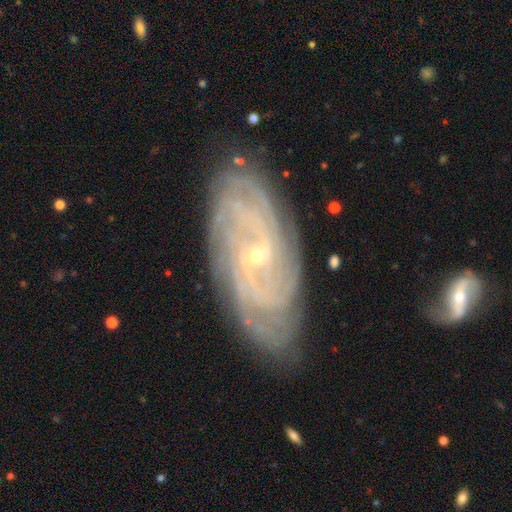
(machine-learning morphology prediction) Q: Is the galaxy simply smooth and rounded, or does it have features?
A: featured or disk — 86%.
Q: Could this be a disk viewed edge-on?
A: no — 93%.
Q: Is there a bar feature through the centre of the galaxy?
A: no — 47%.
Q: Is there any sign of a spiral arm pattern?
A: yes — 97%.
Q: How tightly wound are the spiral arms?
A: tight — 71%.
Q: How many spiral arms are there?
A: can't tell — 31%.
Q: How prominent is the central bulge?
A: small — 80%.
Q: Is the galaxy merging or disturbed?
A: none — 82%.